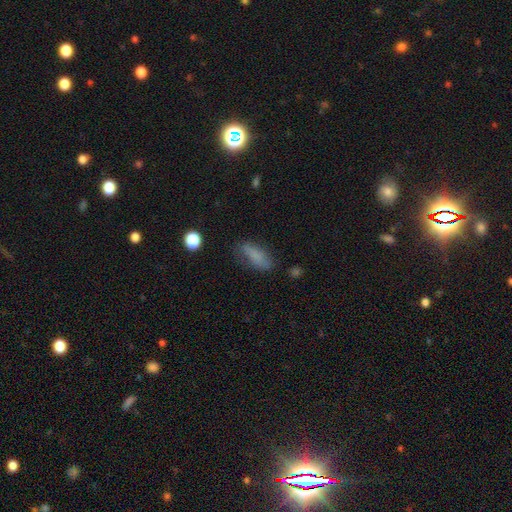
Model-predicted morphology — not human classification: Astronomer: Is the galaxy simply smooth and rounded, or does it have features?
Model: smooth — 79%.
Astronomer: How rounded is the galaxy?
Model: in between — 67%.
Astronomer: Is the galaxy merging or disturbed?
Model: none — 66%.